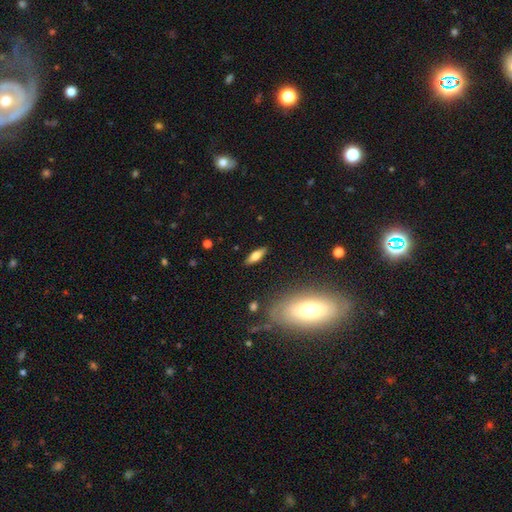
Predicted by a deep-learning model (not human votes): Smooth or featured?
  - smooth: 59% *
  - featured or disk: 33%
  - star or artifact: 8%
How rounded?
  - in between: 57% *
  - cigar-shaped: 39%
  - round: 3%
Merging?
  - none: 87% *
  - minor disturbance: 9%
  - major disturbance: 2%
  - merger: 2%